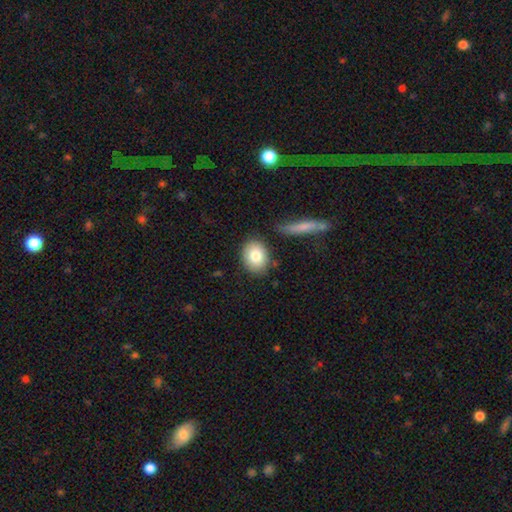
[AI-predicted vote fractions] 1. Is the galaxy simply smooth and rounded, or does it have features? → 81% smooth, 12% featured or disk, 8% star or artifact.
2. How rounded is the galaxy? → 51% round, 48% in between, 2% cigar-shaped.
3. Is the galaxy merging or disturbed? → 82% none, 11% minor disturbance, 4% merger, 3% major disturbance.